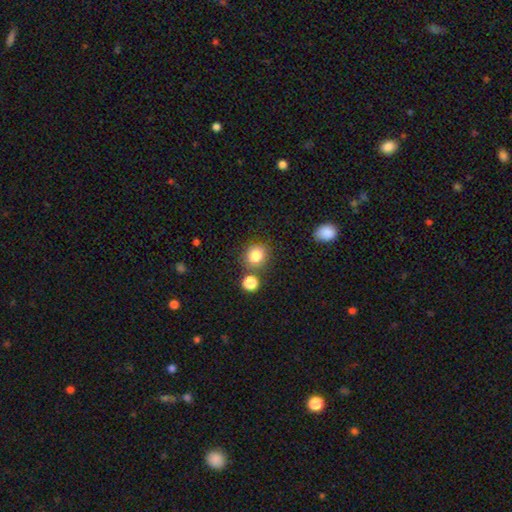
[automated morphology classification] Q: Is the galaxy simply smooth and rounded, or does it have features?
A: smooth — 83%.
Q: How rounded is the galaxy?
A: round — 85%.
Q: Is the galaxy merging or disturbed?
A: none — 74%.